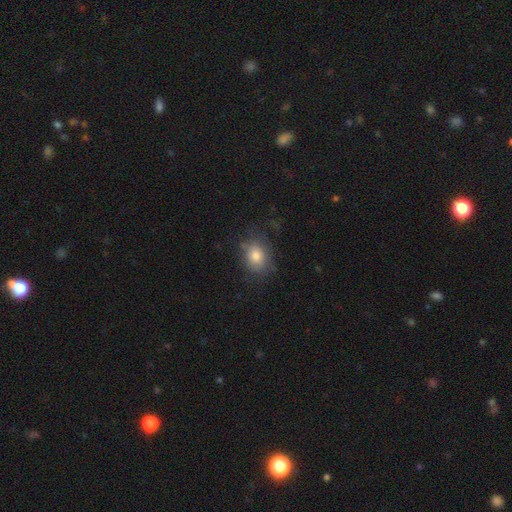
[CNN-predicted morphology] smooth-or-featured: smooth: 77% | featured or disk: 14% | star or artifact: 9%
  how-rounded: in between: 52% | round: 47% | cigar-shaped: 1%
  merging: none: 69% | minor disturbance: 20% | major disturbance: 9% | merger: 2%